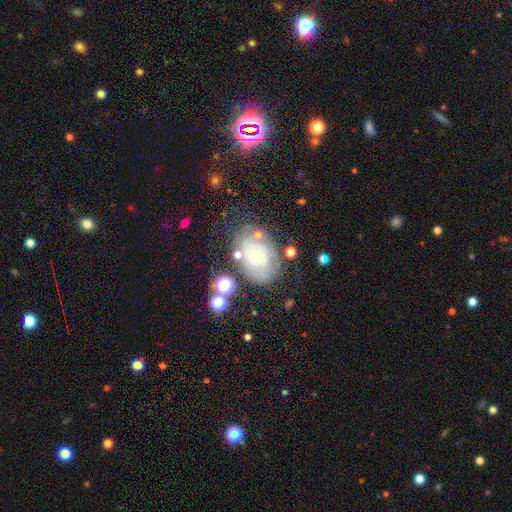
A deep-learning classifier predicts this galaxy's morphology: The model was most divided on "smooth or featured": featured or disk: 60%, smooth: 29%, star or artifact: 11%. More confident: edge-on disk — no (95%); bar — no (82%); spiral arms — yes (67%); bulge size — small (67%); merging — none (65%).